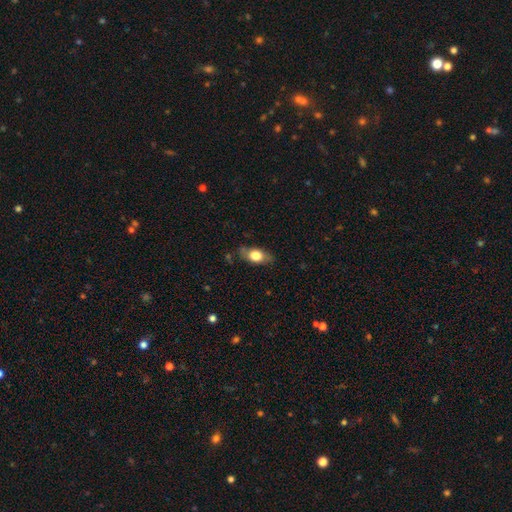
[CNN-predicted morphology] smooth-or-featured: smooth: 71% | featured or disk: 22% | star or artifact: 7%
  how-rounded: in between: 81% | round: 11% | cigar-shaped: 8%
  merging: none: 72% | minor disturbance: 20% | major disturbance: 5% | merger: 2%